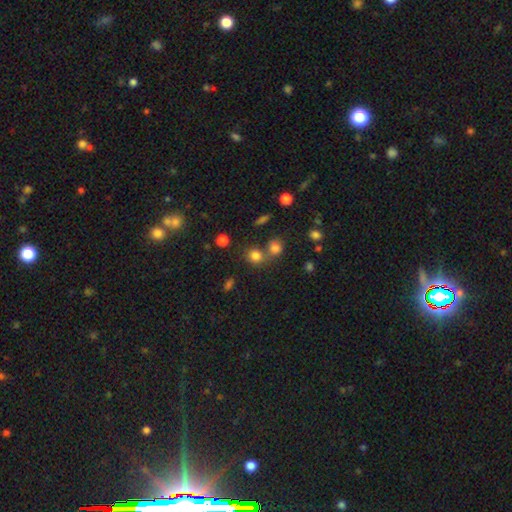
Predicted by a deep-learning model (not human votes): This appears to be a smooth galaxy with no disk features (78%) that is round (79%). Merging: none (57%).